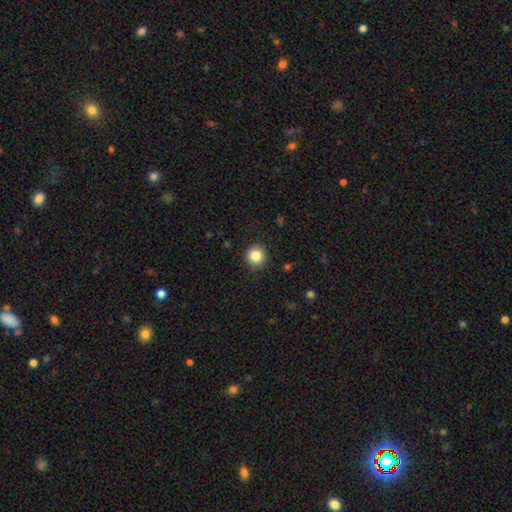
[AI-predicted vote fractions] This appears to be a smooth galaxy with no disk features (85%) that is round (94%). Merging: none (90%).